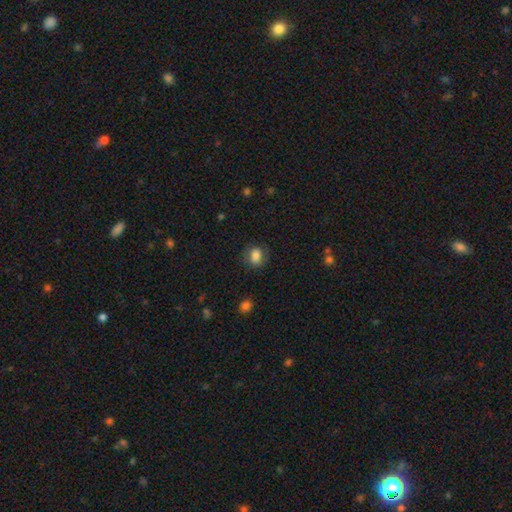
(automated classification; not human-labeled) smooth_or_featured: smooth (p=0.84) [alt: star or artifact p=0.09]
how_rounded: in between (p=0.53) [alt: round p=0.46]
merging: none (p=0.80) [alt: minor disturbance p=0.14]